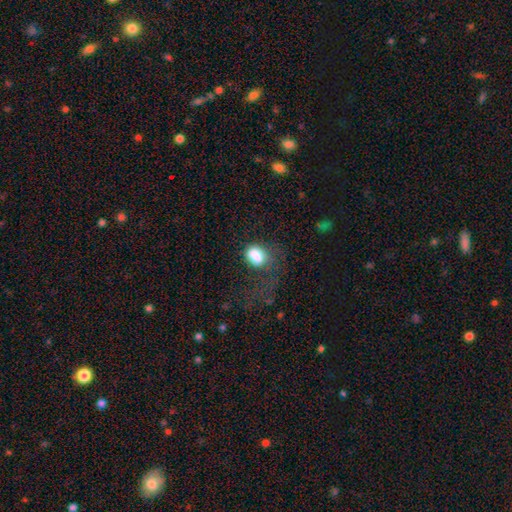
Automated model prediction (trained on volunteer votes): Morphology: type=smooth (80%); roundness=in between (73%); merging=major disturbance (46%).